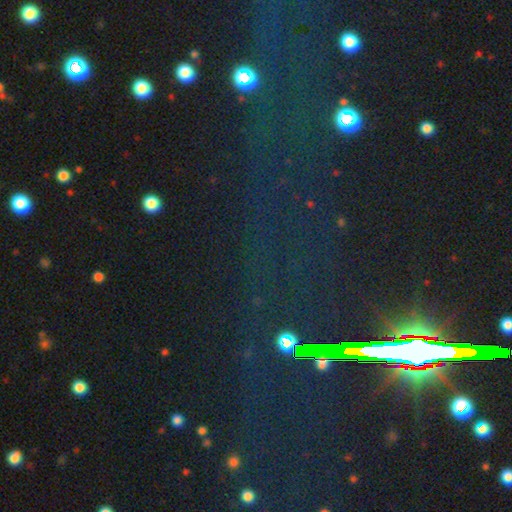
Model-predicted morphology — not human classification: The model was most divided on "smooth or featured": star or artifact: 78%, smooth: 13%, featured or disk: 9%.